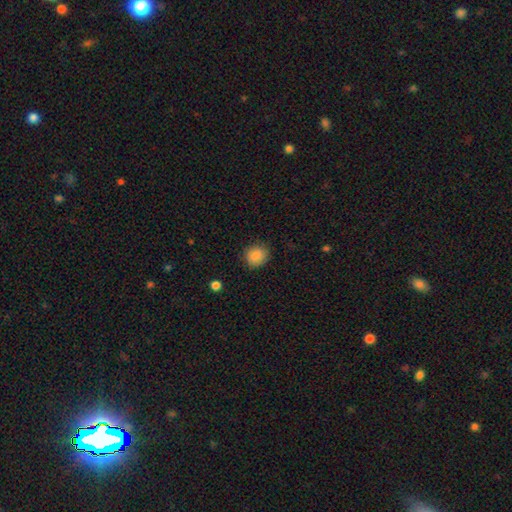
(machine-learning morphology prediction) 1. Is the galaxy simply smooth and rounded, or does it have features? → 87% smooth, 9% star or artifact, 4% featured or disk.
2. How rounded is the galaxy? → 79% round, 20% in between, 1% cigar-shaped.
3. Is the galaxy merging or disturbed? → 85% none, 11% minor disturbance, 3% major disturbance, 1% merger.